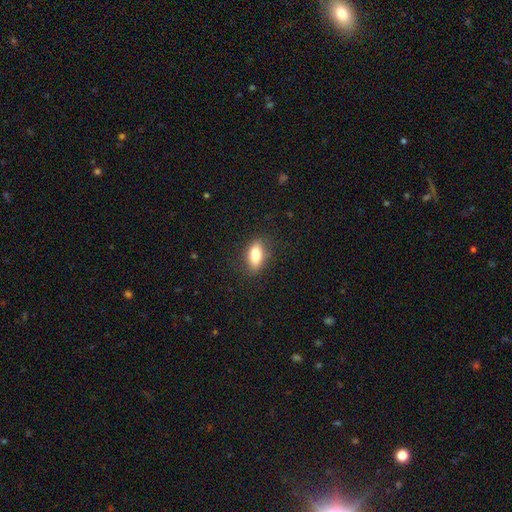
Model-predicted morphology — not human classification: smooth 79%, featured or disk 13%, star or artifact 8%. Down the decision tree: how rounded — in between (83%); merging — none (80%).